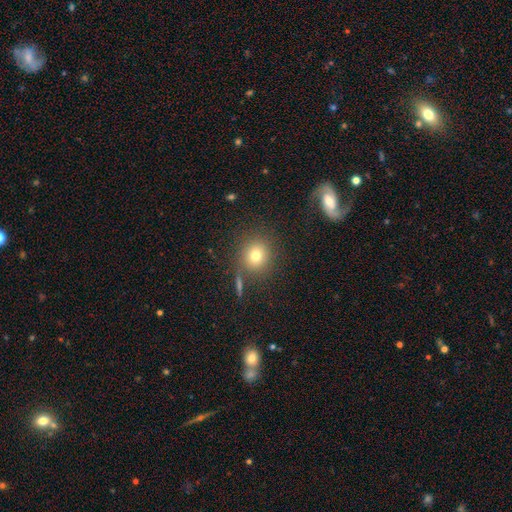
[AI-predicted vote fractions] Morphology: type=smooth (75%); roundness=round (87%); merging=none (81%).